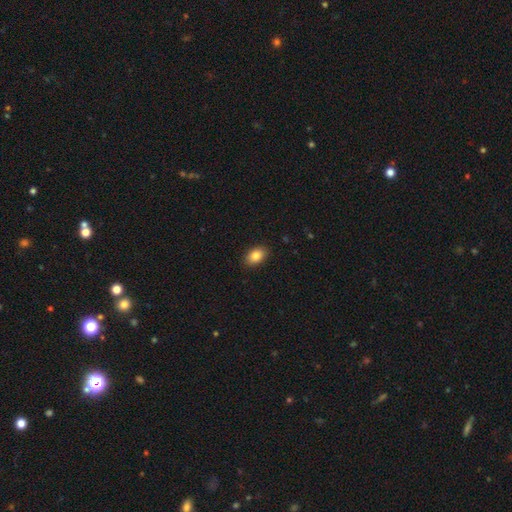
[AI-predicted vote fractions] Smooth or featured? Predicted: smooth (p=0.85). How rounded? Predicted: in between (p=0.86). Merging? Predicted: none (p=0.89).